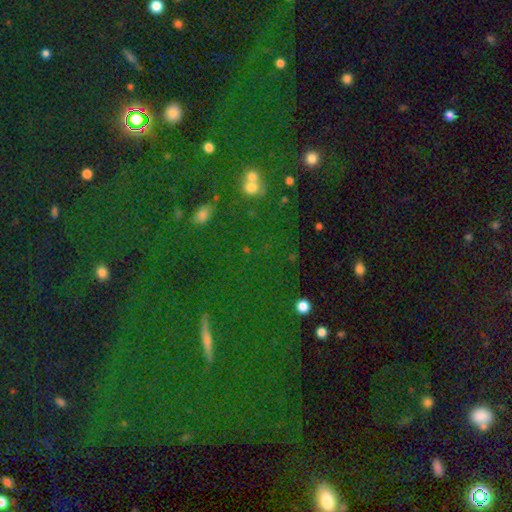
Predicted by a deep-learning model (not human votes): Smooth or featured?
  - star or artifact: 75% *
  - smooth: 15%
  - featured or disk: 10%